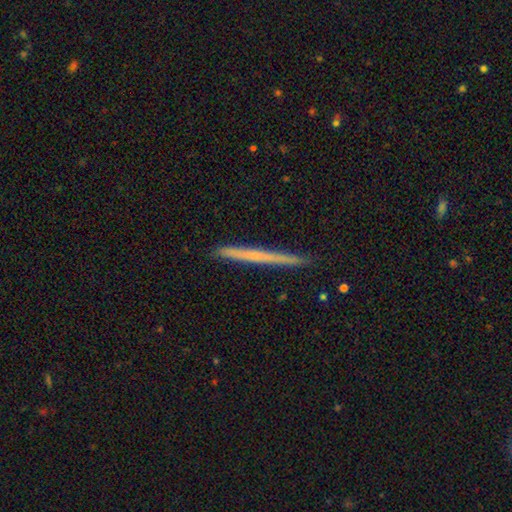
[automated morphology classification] type=featured or disk (48%); merging=none (91%).